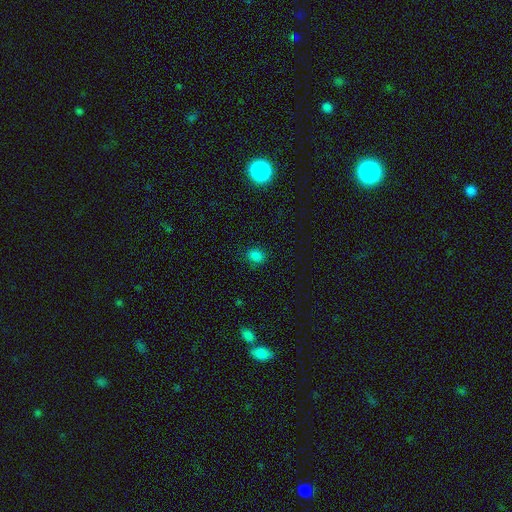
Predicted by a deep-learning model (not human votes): smooth_or_featured: smooth (p=0.79) [alt: star or artifact p=0.17]
how_rounded: round (p=0.54) [alt: in between p=0.45]
merging: none (p=0.83) [alt: minor disturbance p=0.12]